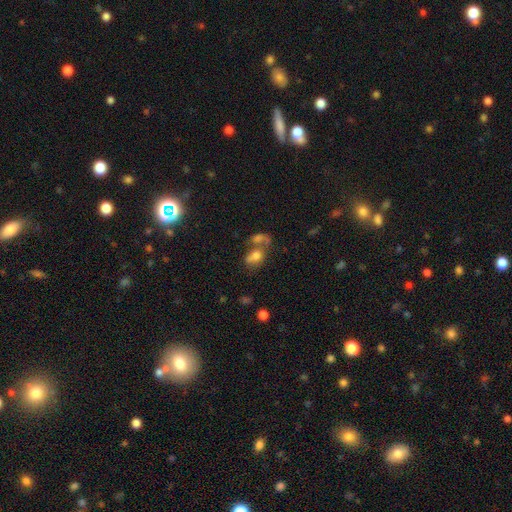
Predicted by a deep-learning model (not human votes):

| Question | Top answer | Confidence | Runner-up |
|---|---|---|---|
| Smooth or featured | smooth | 65% | featured or disk (23%) |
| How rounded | in between | 64% | round (34%) |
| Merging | merger | 56% | none (22%) |